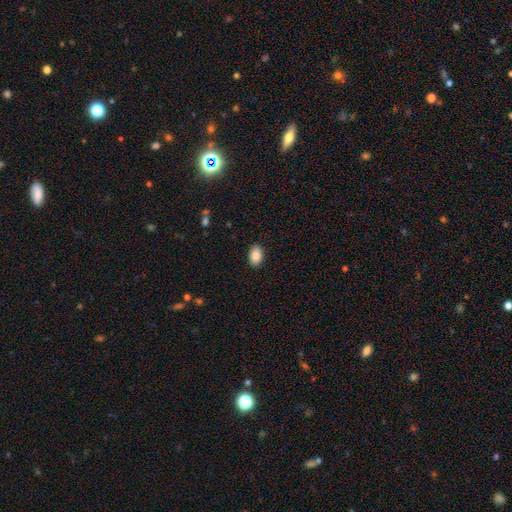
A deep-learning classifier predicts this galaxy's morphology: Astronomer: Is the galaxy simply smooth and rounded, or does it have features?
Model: smooth — 88%.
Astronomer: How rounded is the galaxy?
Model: in between — 88%.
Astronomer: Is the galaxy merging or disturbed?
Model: none — 89%.